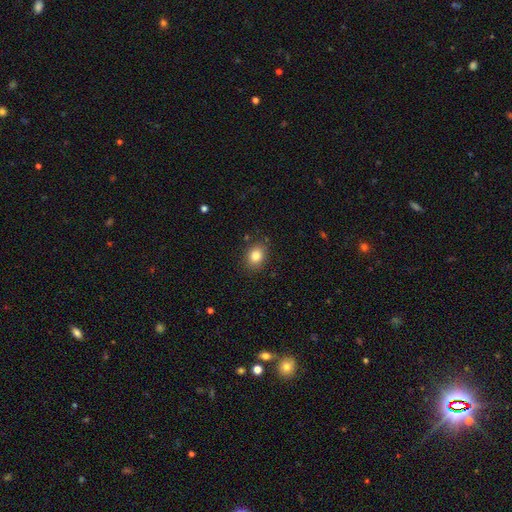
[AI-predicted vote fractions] A smooth galaxy with no disk features (83%) that is in between round and cigar-shaped (50%). Merging: none (85%).